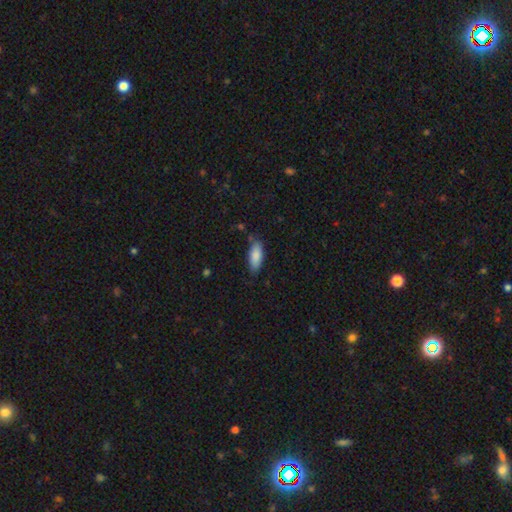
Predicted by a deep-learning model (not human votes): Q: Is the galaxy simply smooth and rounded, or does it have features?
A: smooth — 86%.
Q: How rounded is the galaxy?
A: in between — 79%.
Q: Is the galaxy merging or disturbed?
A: none — 76%.